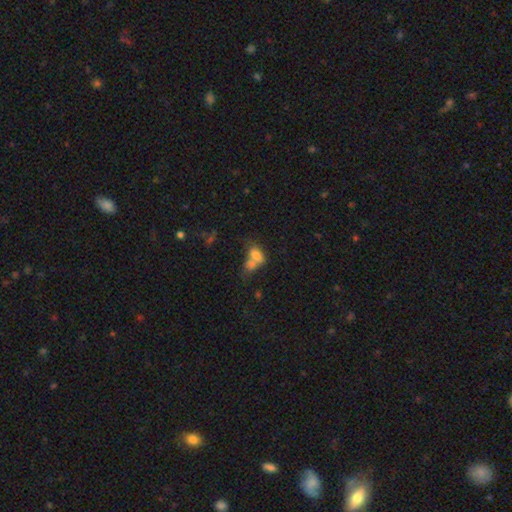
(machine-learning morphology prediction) This is likely a smooth galaxy (71%). How rounded: clearly in between (82%). Merging: likely merger (63%).